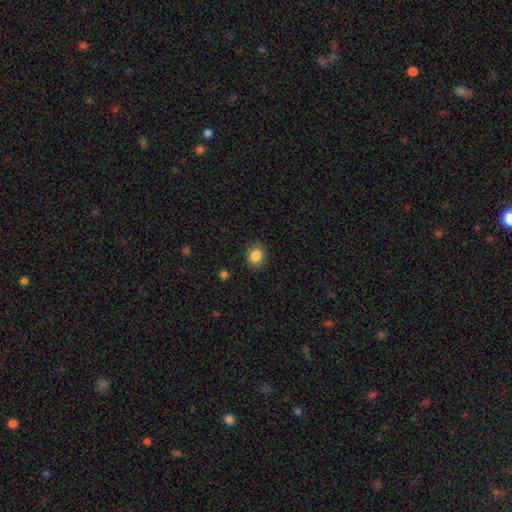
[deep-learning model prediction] Smooth or featured? Predicted: smooth (p=0.85). How rounded? Predicted: round (p=0.73). Merging? Predicted: none (p=0.85).